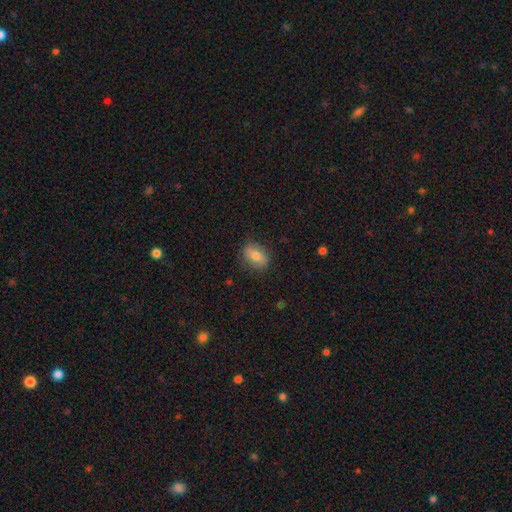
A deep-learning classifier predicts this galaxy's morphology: Smooth or featured? smooth (68%)
How rounded? in between (75%)
Merging? none (83%)